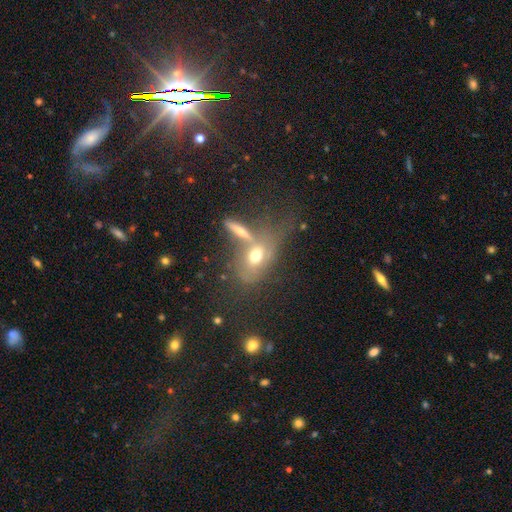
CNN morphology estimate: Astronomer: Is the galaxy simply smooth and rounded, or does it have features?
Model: smooth — 50% (runner-up: featured or disk, 38%).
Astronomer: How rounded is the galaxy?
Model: in between — 73%.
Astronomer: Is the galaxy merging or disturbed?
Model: merger — 41% (runner-up: none, 32%).